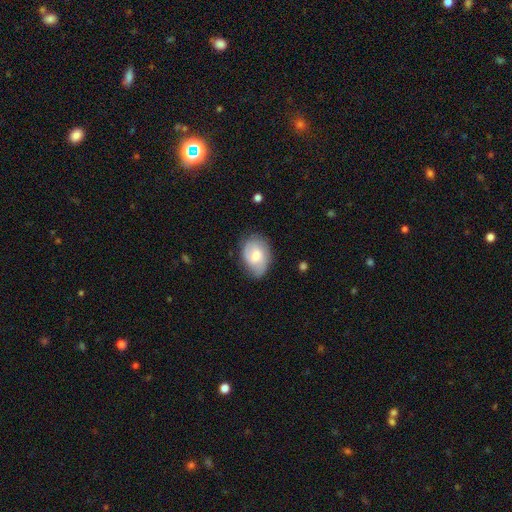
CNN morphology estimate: type=smooth (55%); roundness=in between (76%); merging=none (66%).